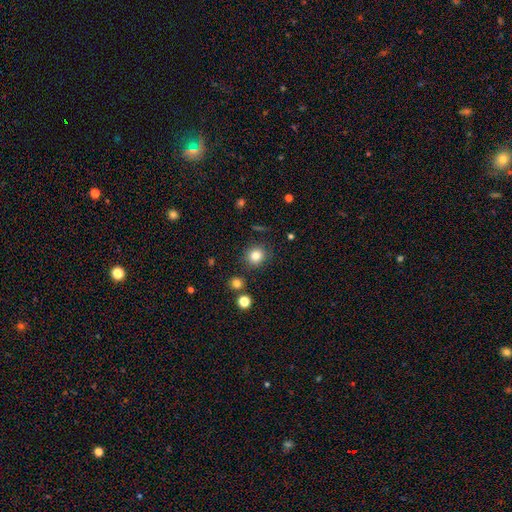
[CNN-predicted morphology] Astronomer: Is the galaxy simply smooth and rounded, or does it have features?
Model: smooth — 83%.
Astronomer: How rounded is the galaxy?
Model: round — 88%.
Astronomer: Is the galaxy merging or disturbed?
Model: none — 86%.